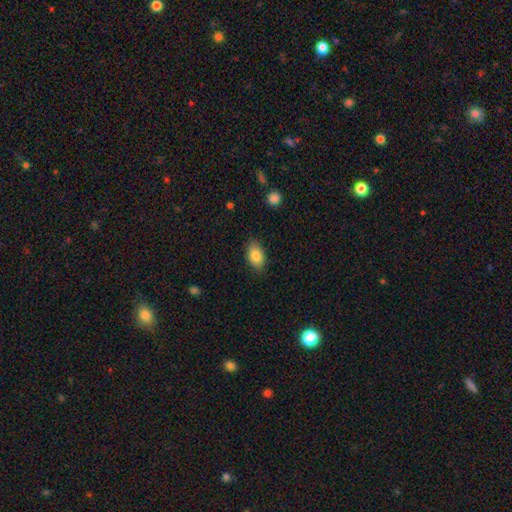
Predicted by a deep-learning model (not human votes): Morphology: type=smooth (85%); roundness=in between (90%); merging=none (83%).